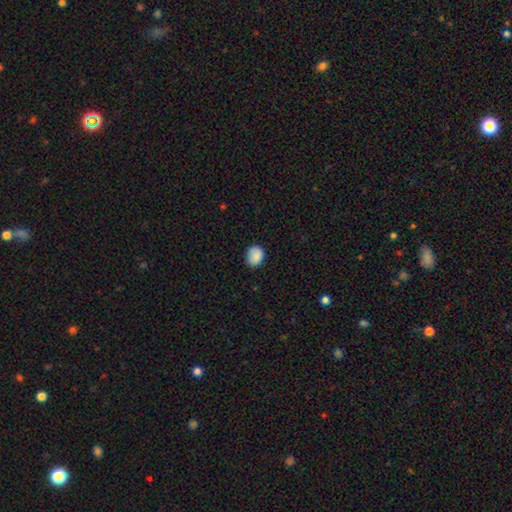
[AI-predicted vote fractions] smooth_or_featured: smooth (p=0.87) [alt: star or artifact p=0.08]
how_rounded: in between (p=0.54) [alt: round p=0.45]
merging: none (p=0.78) [alt: minor disturbance p=0.18]